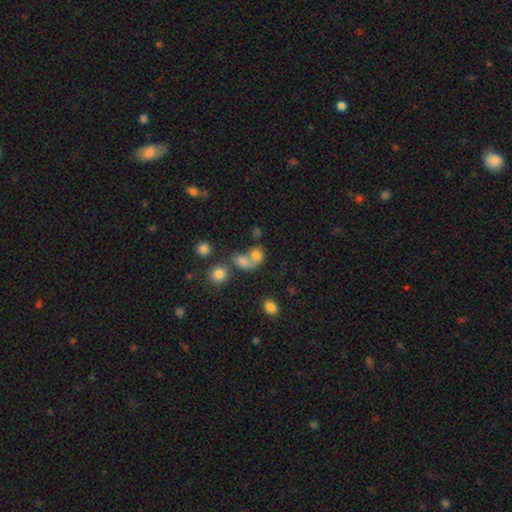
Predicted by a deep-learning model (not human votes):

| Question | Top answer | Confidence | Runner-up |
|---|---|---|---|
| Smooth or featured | smooth | 73% | star or artifact (14%) |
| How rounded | round | 53% | in between (46%) |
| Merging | merger | 60% | none (25%) |